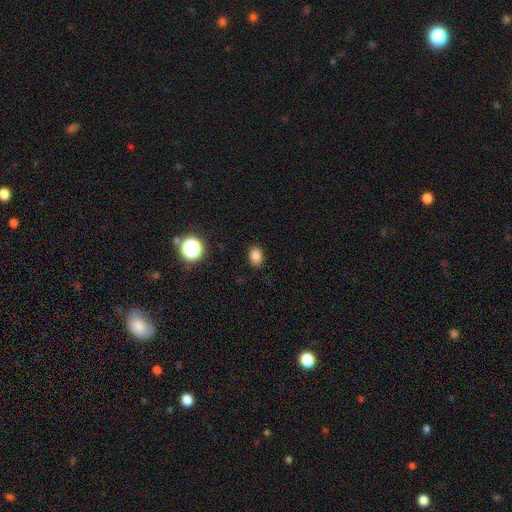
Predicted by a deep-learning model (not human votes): This appears to be a smooth galaxy with no disk features (83%) that is in between round and cigar-shaped (72%). Merging: none (88%).